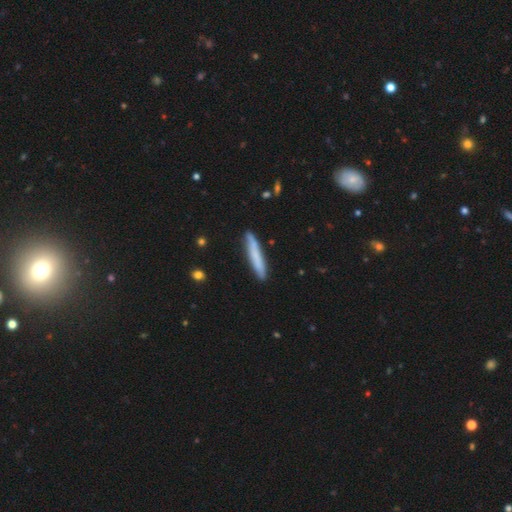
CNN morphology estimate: This appears to be a smooth galaxy with no disk features (69%) that is cigar-shaped (95%). Merging: none (87%).